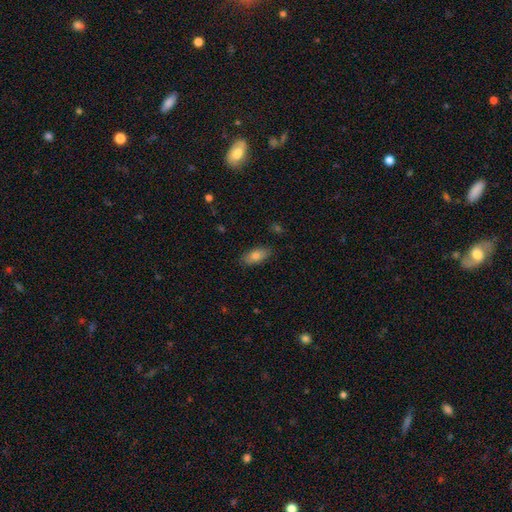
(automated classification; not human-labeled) The model was most divided on "smooth or featured": smooth: 79%, featured or disk: 14%, star or artifact: 7%. More confident: how rounded — in between (87%); merging — none (86%).